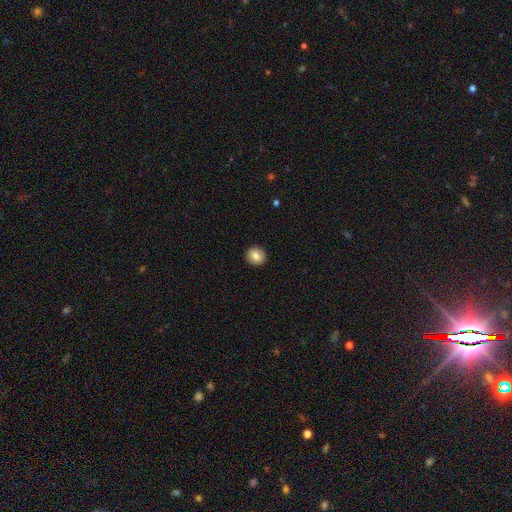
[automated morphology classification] A smooth galaxy with no disk features (83%) that is round (86%). Merging: none (92%).